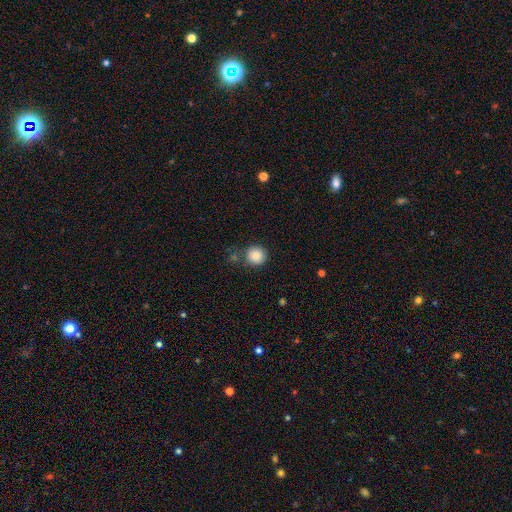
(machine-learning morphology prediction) The model was most divided on "merging": none: 79%, minor disturbance: 11%, merger: 6%, major disturbance: 4%. More confident: how rounded — round (92%); smooth or featured — smooth (87%).